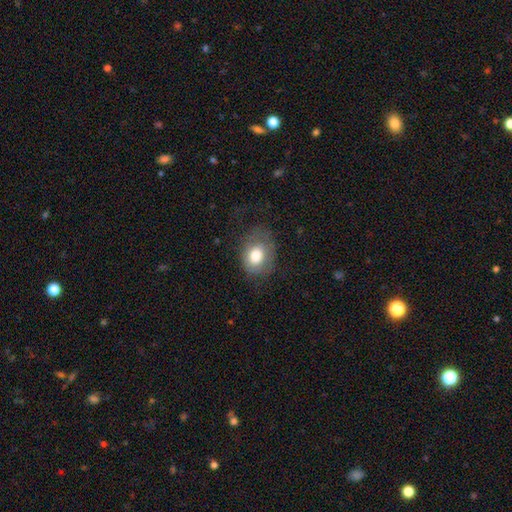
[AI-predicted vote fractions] A smooth galaxy with no disk features (75%) that is in between round and cigar-shaped (61%). Merging: none (55%).